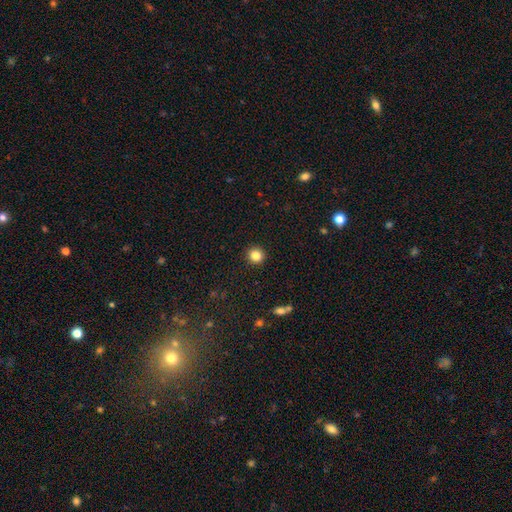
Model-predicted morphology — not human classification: The model was most divided on "smooth or featured": smooth: 84%, star or artifact: 11%, featured or disk: 5%. More confident: how rounded — round (94%); merging — none (93%).